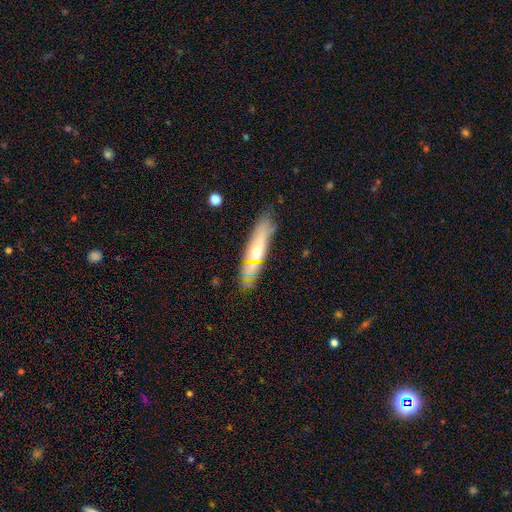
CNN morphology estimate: This appears to be a featured or disk galaxy (53%) viewed edge-on (64%). Merging: none (73%).